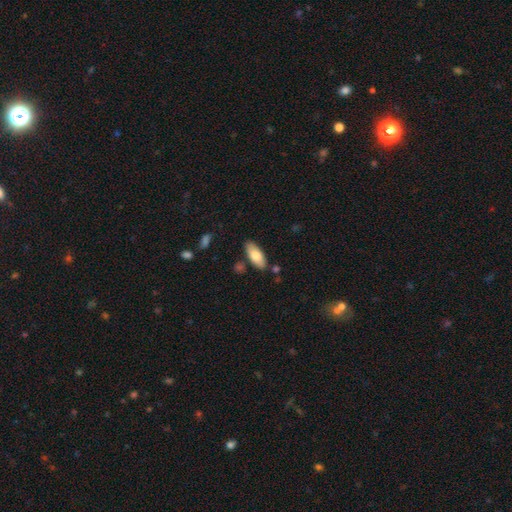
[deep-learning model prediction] Smooth or featured: smooth — 78% (featured or disk — 16%)
How rounded: in between — 81% (cigar-shaped — 18%)
Merging: none — 81% (minor disturbance — 12%)